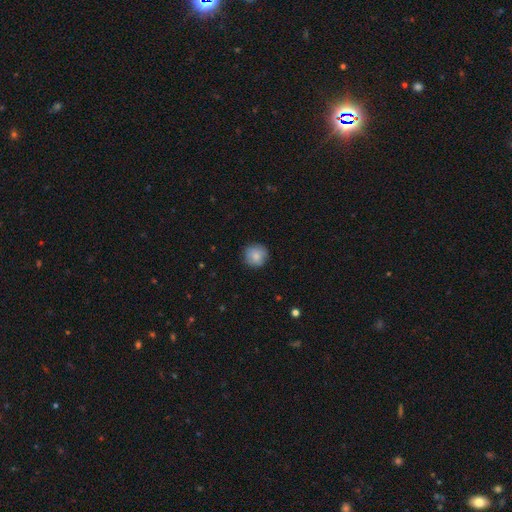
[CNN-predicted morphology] type=smooth (83%); roundness=round (94%); merging=none (88%).